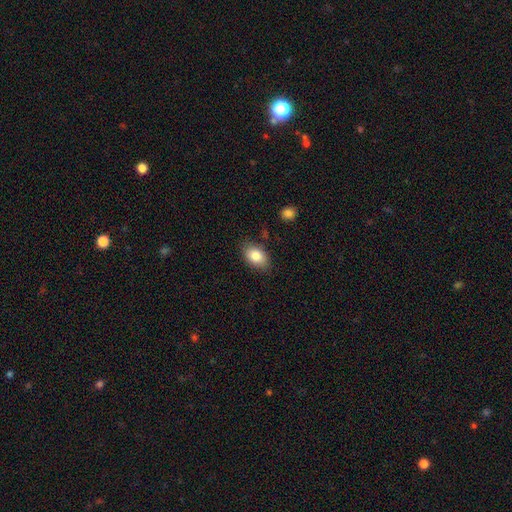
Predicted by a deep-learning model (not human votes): Smooth or featured?
  - smooth: 83% *
  - featured or disk: 10%
  - star or artifact: 7%
How rounded?
  - in between: 87% *
  - round: 12%
  - cigar-shaped: 1%
Merging?
  - none: 82% *
  - minor disturbance: 13%
  - major disturbance: 3%
  - merger: 2%